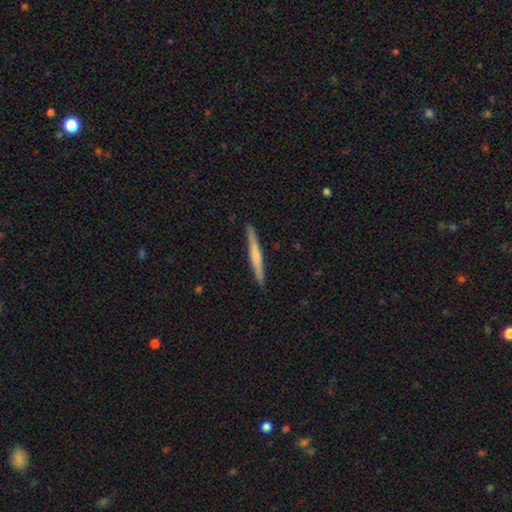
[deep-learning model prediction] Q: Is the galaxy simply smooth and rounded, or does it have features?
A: featured or disk — 52%.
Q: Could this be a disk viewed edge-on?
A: yes — 98%.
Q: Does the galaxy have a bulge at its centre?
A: rounded — 47%.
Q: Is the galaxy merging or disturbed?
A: none — 92%.